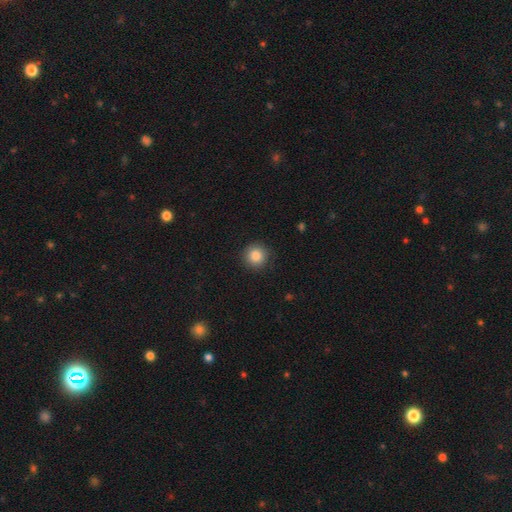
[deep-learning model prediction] smooth 85%, star or artifact 10%, featured or disk 6%. Down the decision tree: how rounded — round (95%); merging — none (90%).